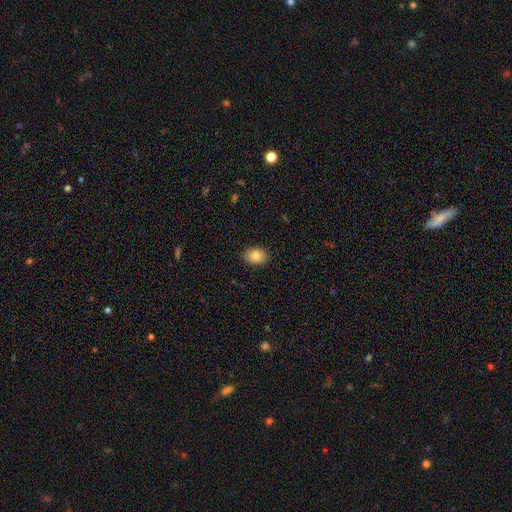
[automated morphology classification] Overall: smooth (85%). How rounded: in between (65%; round 34%). Merging: none (89%).